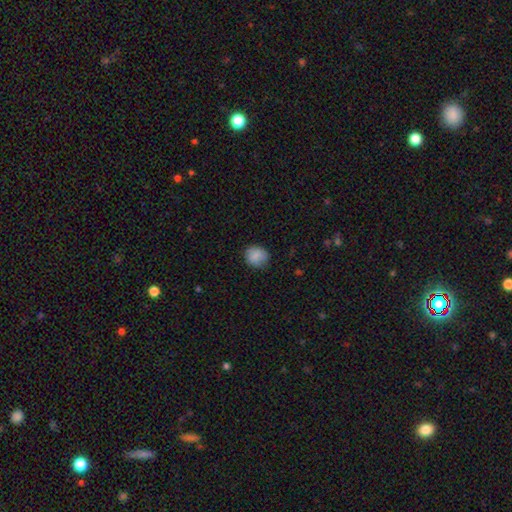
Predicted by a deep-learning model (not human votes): Overall: smooth (85%). How rounded: round (78%). Merging: none (79%).